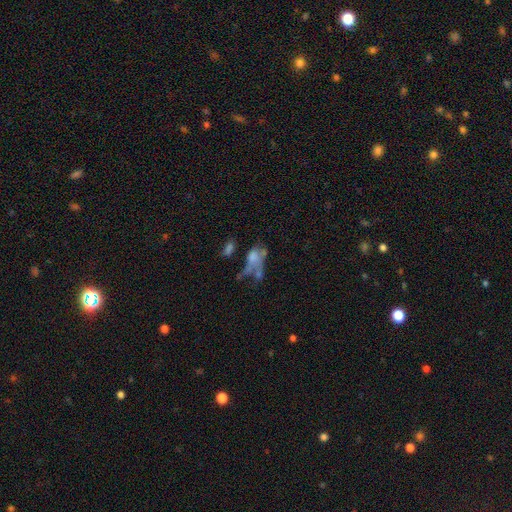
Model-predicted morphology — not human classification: Smooth or featured? smooth (45%)
Merging? merger (34%)